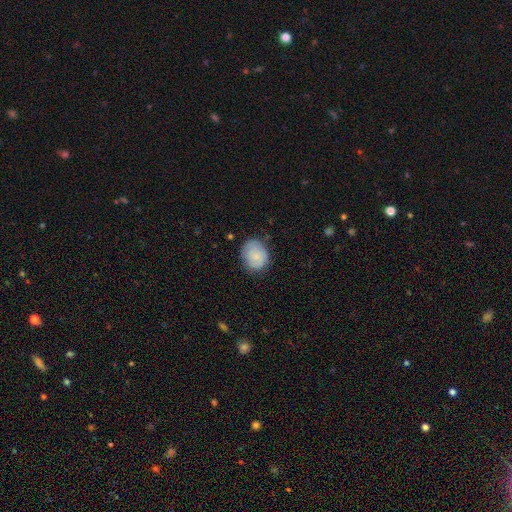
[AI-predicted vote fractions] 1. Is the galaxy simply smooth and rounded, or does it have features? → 73% smooth, 19% featured or disk, 7% star or artifact.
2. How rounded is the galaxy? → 56% round, 43% in between, 1% cigar-shaped.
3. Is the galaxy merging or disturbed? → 72% none, 22% minor disturbance, 5% major disturbance, 1% merger.